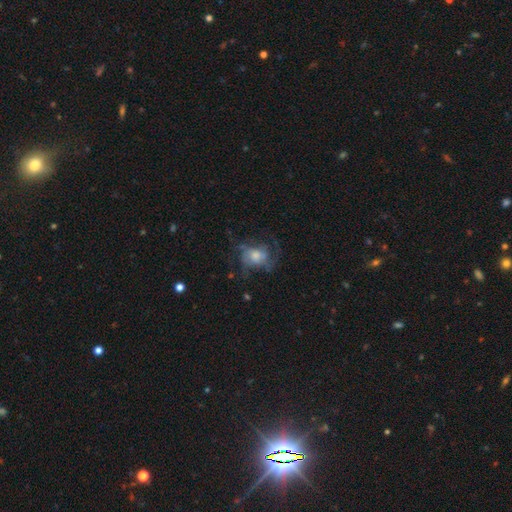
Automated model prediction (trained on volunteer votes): featured or disk 54%, smooth 35%, star or artifact 11%. Down the decision tree: edge-on disk — no (97%); bar — no (78%); spiral arms — yes (65%); bulge size — moderate (46%); merging — none (46%).